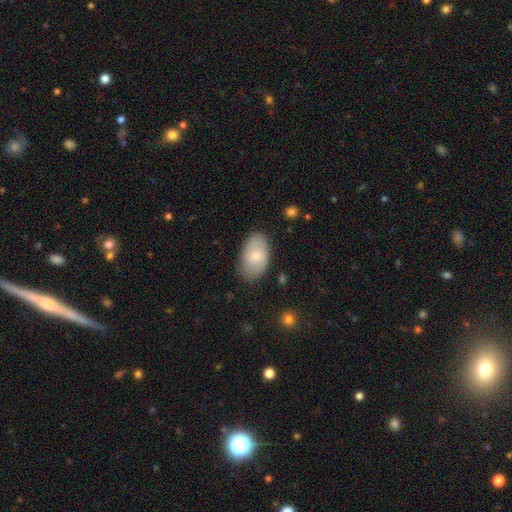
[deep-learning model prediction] Smooth or featured? smooth (66%)
How rounded? in between (92%)
Merging? none (79%)